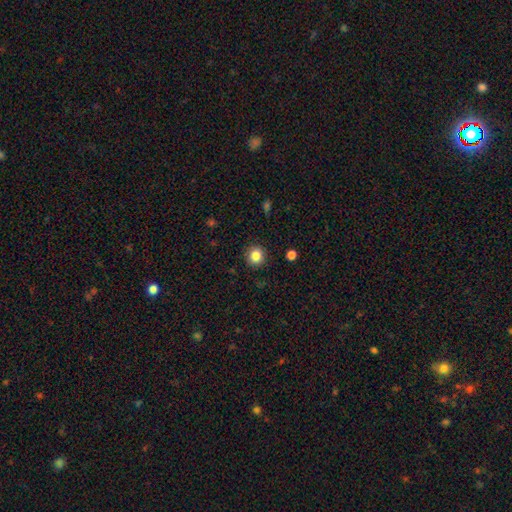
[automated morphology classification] This is clearly a smooth galaxy (84%). How rounded: clearly round (90%). Merging: clearly none (90%).